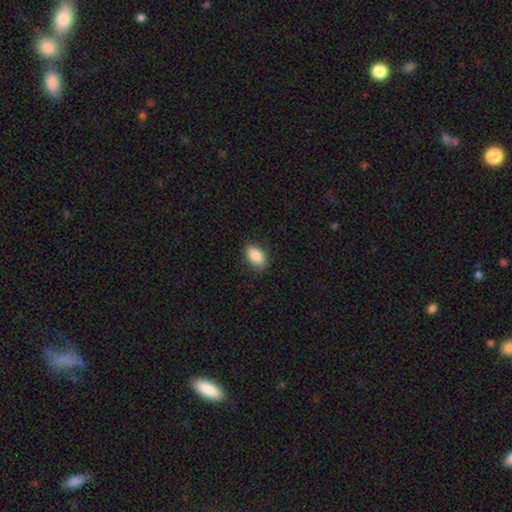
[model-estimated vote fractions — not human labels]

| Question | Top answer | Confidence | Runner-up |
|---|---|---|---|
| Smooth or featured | smooth | 86% | star or artifact (7%) |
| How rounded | in between | 91% | round (7%) |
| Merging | none | 87% | minor disturbance (10%) |